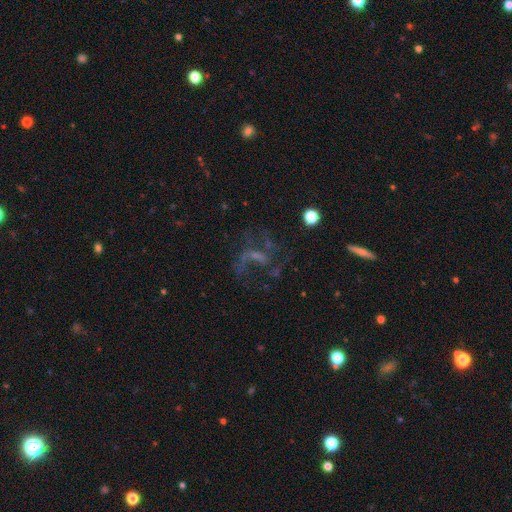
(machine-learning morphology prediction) Smooth or featured? featured or disk (59%)
Edge-on disk? no (94%)
Bar? no (46%)
Spiral arms? yes (66%)
Bulge size? none (47%)
Merging? none (49%)